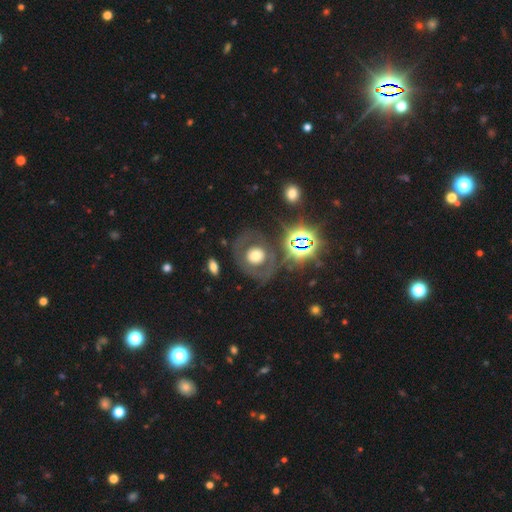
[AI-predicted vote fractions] This appears to be a smooth galaxy with no disk features (41%, tied with featured or disk). Merging: none (73%).